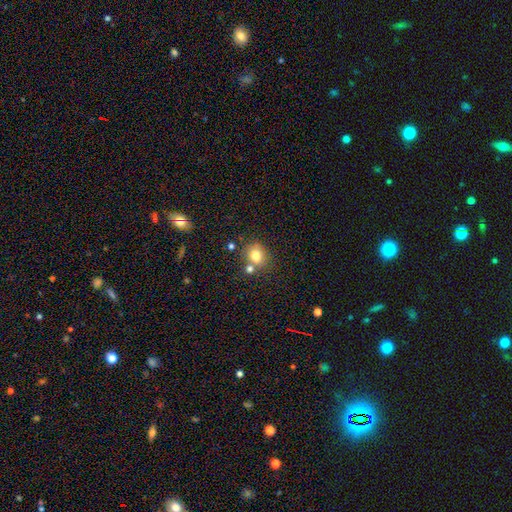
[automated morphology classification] This is likely a smooth galaxy (77%). How rounded: likely round (67%). Merging: possibly none (60%).